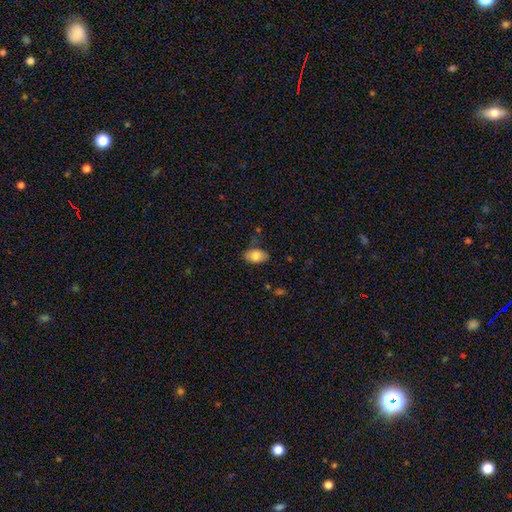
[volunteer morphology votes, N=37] smooth-or-featured: smooth: 86% | star or artifact: 8% | featured or disk: 5%
  how-rounded: in between: 94% | round: 3% | cigar-shaped: 3%
  merging: none: 71% | minor disturbance: 26% | major disturbance: 3% | merger: 0%